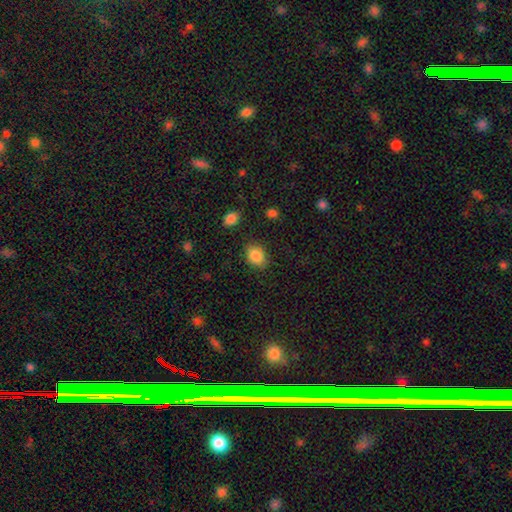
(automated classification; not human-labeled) The model was most divided on "how rounded": in between: 69%, round: 30%, cigar-shaped: 1%. More confident: smooth or featured — smooth (87%); merging — none (81%).